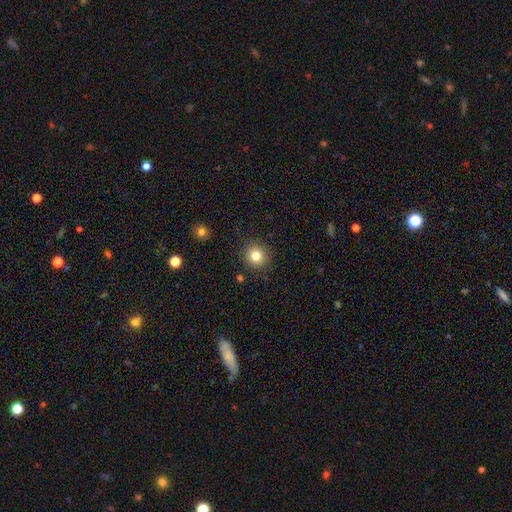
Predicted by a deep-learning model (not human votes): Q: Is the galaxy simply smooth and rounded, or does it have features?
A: smooth — 81%.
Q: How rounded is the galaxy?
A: round — 92%.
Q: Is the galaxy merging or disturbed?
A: none — 90%.